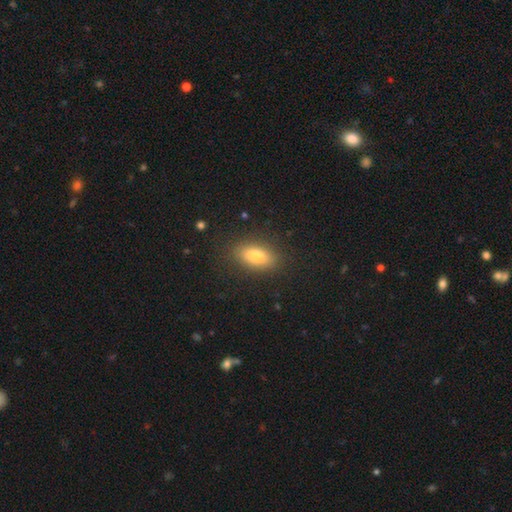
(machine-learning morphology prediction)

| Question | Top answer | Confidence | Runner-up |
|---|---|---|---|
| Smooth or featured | smooth | 80% | featured or disk (11%) |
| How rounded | in between | 86% | cigar-shaped (7%) |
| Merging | none | 86% | minor disturbance (10%) |